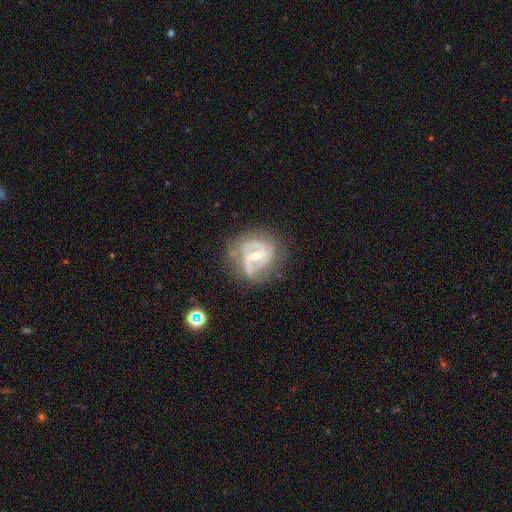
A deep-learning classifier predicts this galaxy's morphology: Smooth or featured? Predicted: featured or disk (p=0.83). Edge-on disk? Predicted: no (p=0.97). Bar? Predicted: weak (p=0.46). Spiral arms? Predicted: yes (p=0.89). Spiral winding? Predicted: medium (p=0.47). Spiral arm count? Predicted: 2 (p=0.61). Bulge size? Predicted: small (p=0.52). Merging? Predicted: none (p=0.58).